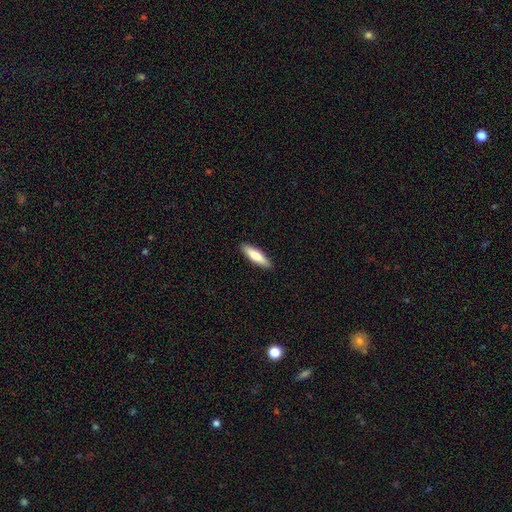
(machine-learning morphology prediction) The model was most divided on "how rounded": cigar-shaped: 61%, in between: 38%, round: 1%. More confident: merging — none (89%); smooth or featured — smooth (80%).